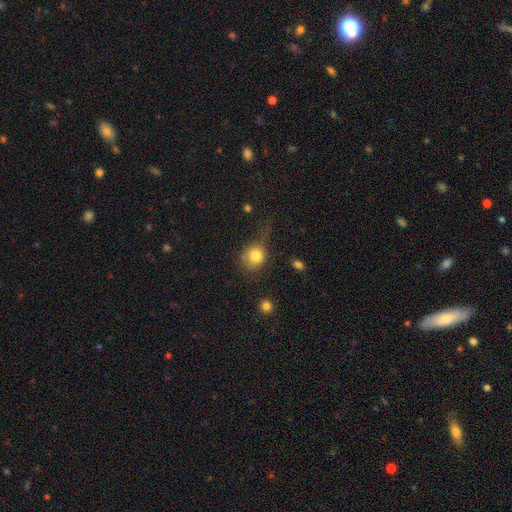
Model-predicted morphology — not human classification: Overall: smooth (80%). How rounded: round (74%). Merging: none (48%; minor disturbance 28%).